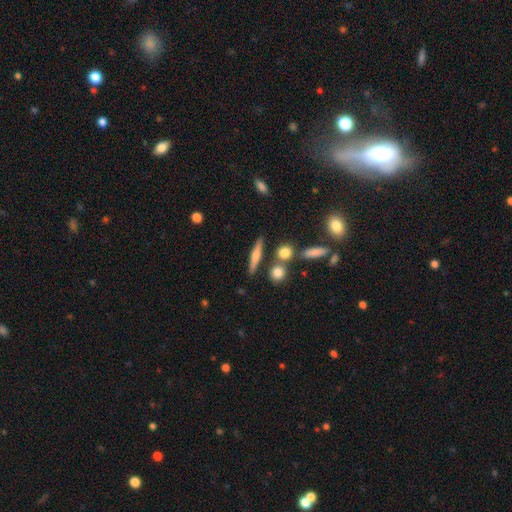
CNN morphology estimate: Smooth or featured?
  - smooth: 50% *
  - featured or disk: 41%
  - star or artifact: 9%
How rounded?
  - cigar-shaped: 74% *
  - in between: 17%
  - round: 9%
Merging?
  - none: 76% *
  - merger: 11%
  - minor disturbance: 10%
  - major disturbance: 3%